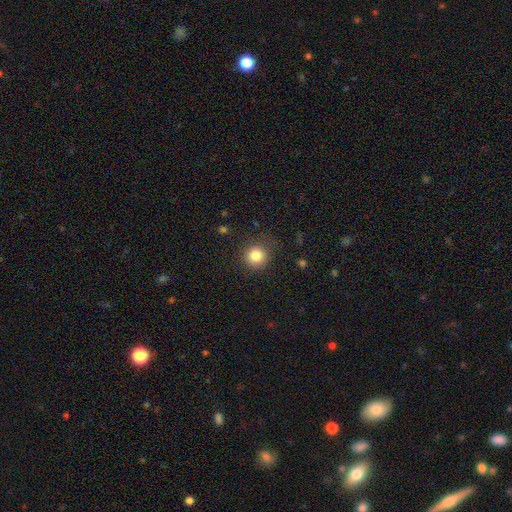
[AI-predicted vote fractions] This appears to be a smooth galaxy with no disk features (83%) that is round (93%). Merging: none (84%).